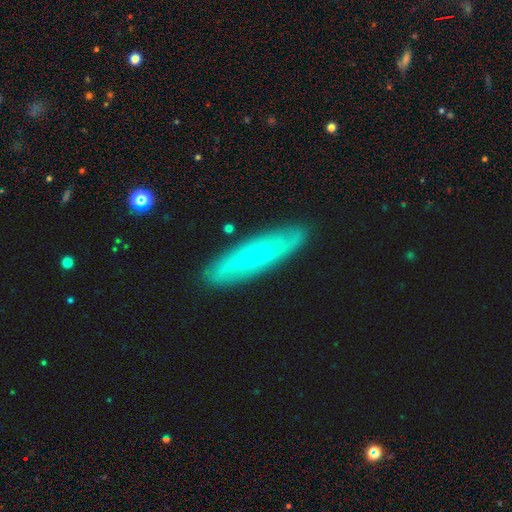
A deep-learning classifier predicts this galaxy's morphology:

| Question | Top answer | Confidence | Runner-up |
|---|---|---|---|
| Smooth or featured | featured or disk | 53% | smooth (39%) |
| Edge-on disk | no | 52% | yes (48%) |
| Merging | none | 86% | minor disturbance (11%) |